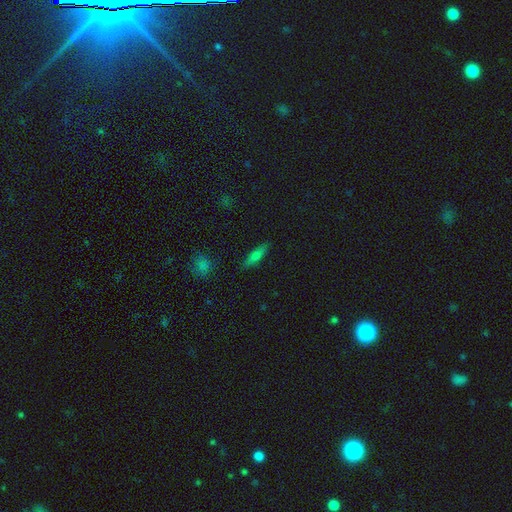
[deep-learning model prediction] Overall: smooth (65%; featured or disk 26%). How rounded: cigar-shaped (62%; in between 35%). Merging: none (86%).